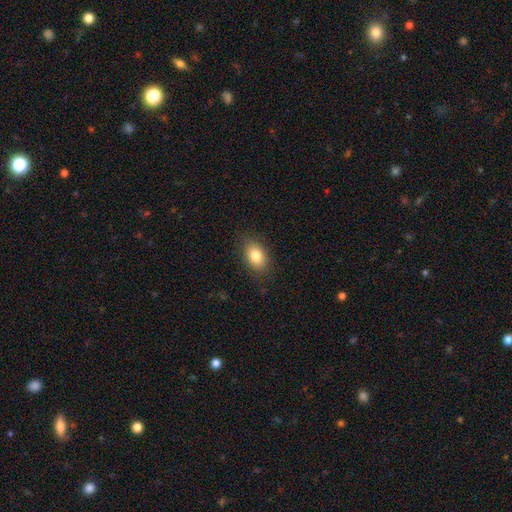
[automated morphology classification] Smooth or featured? smooth (82%)
How rounded? in between (84%)
Merging? none (86%)